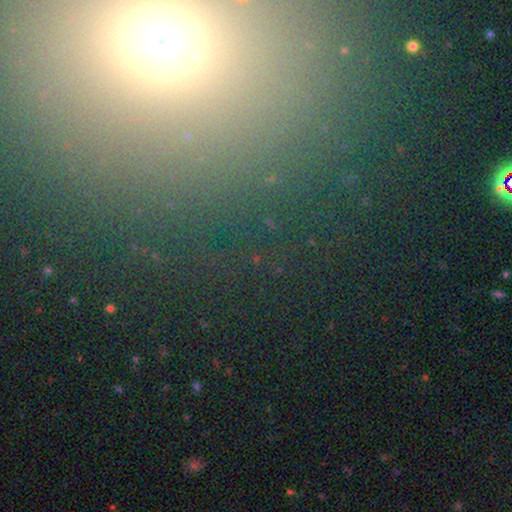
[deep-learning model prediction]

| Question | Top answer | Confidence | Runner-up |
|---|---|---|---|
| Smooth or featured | star or artifact | 60% | smooth (27%) |